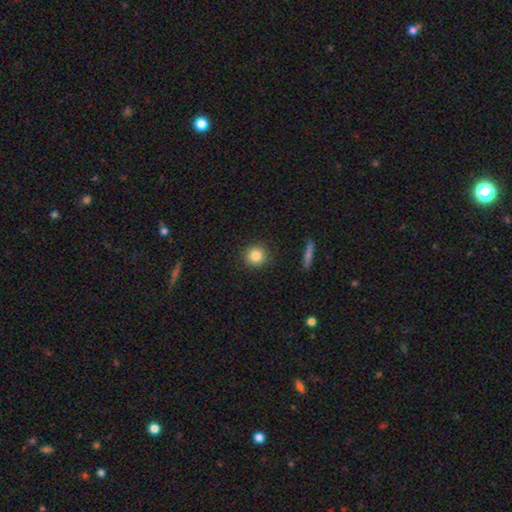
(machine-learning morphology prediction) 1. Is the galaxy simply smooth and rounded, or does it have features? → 84% smooth, 10% star or artifact, 7% featured or disk.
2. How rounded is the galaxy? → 93% round, 6% in between, 1% cigar-shaped.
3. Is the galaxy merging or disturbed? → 90% none, 7% minor disturbance, 2% major disturbance, 1% merger.